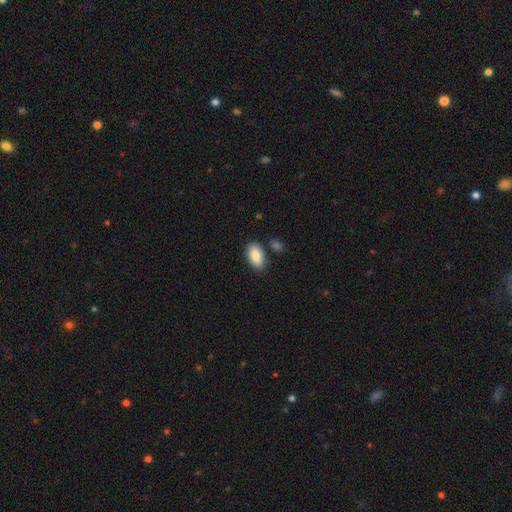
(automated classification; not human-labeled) smooth-or-featured: smooth: 86% | featured or disk: 8% | star or artifact: 6%
  how-rounded: in between: 94% | round: 4% | cigar-shaped: 2%
  merging: none: 80% | minor disturbance: 11% | merger: 6% | major disturbance: 3%